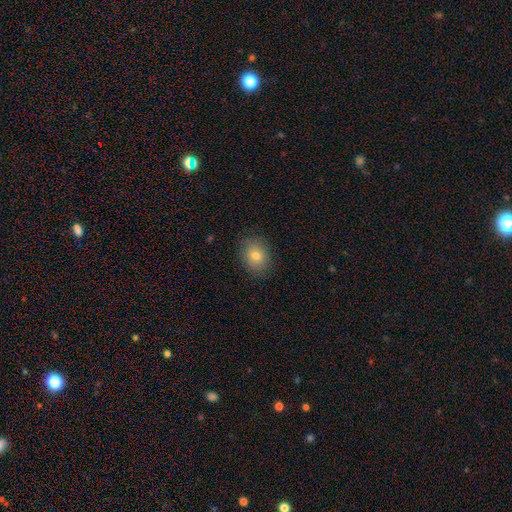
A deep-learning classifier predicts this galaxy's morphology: type=smooth (78%); roundness=in between (50%); merging=none (85%).